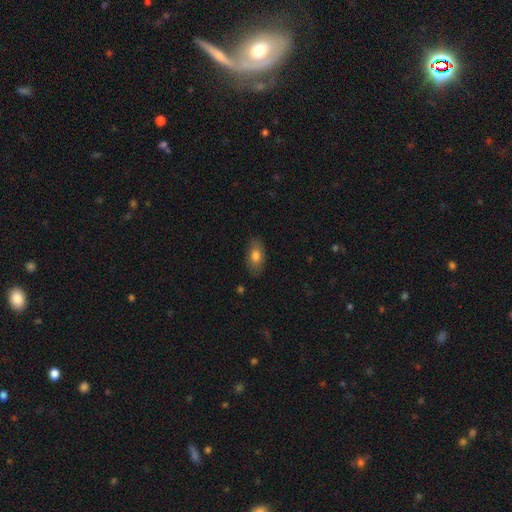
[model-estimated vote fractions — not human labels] Smooth or featured?
  - smooth: 78% *
  - featured or disk: 15%
  - star or artifact: 7%
How rounded?
  - in between: 91% *
  - round: 5%
  - cigar-shaped: 3%
Merging?
  - none: 83% *
  - minor disturbance: 13%
  - major disturbance: 3%
  - merger: 1%